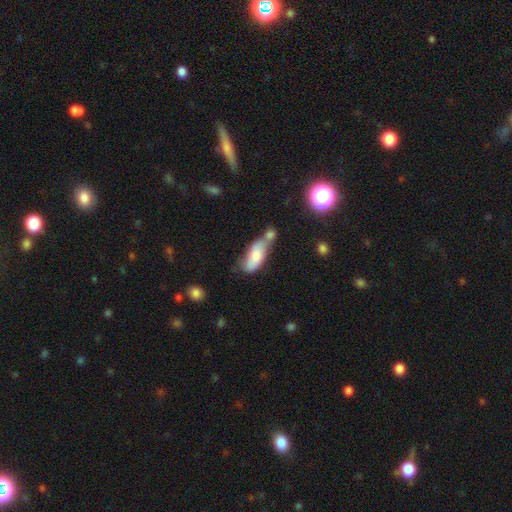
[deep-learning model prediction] A smooth galaxy with no disk features (73%) that is in between round and cigar-shaped (76%).

Vote fractions:
- Smooth or featured? smooth: 73% / featured or disk: 20% / star or artifact: 7%
- How rounded? in between: 76% / cigar-shaped: 21% / round: 3%
- Merging? merger: 49% / none: 26% / minor disturbance: 17% / major disturbance: 7%